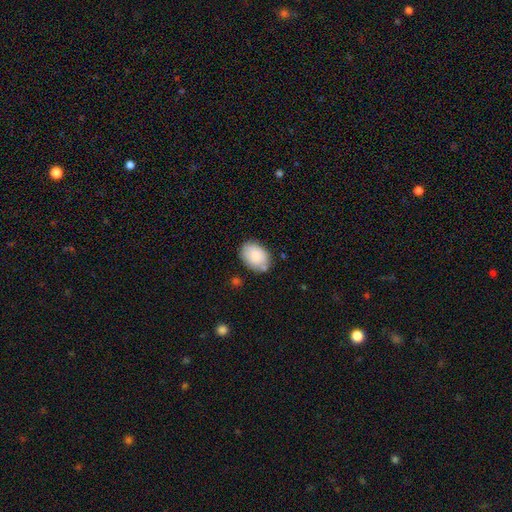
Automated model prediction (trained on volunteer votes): Overall: smooth (83%). How rounded: in between (83%). Merging: none (74%).